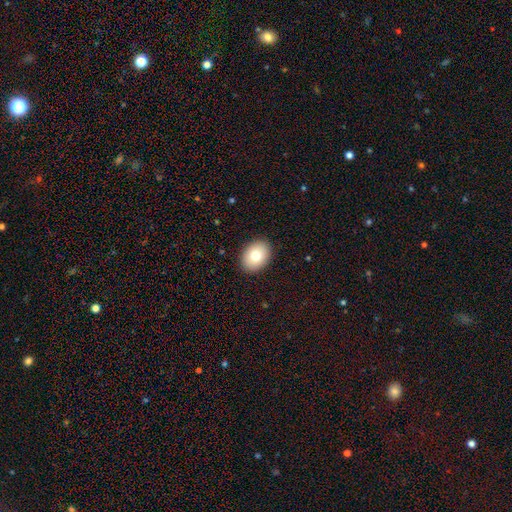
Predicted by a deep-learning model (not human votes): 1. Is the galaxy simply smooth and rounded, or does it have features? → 77% smooth, 14% featured or disk, 9% star or artifact.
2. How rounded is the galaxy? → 71% in between, 28% round, 1% cigar-shaped.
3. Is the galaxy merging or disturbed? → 90% none, 7% minor disturbance, 2% major disturbance, 1% merger.